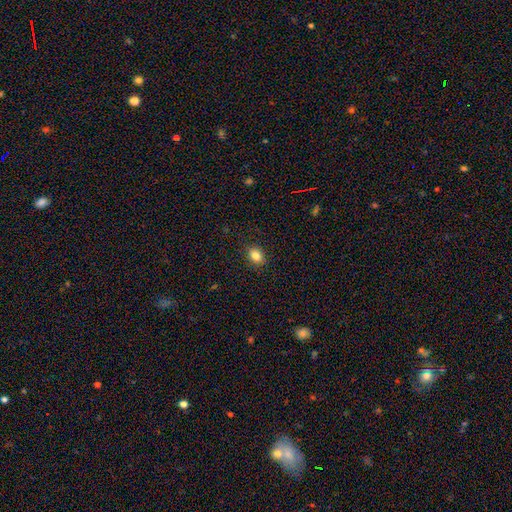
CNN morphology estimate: The model was most divided on "how rounded": in between: 65%, round: 34%, cigar-shaped: 1%. More confident: merging — none (89%); smooth or featured — smooth (84%).